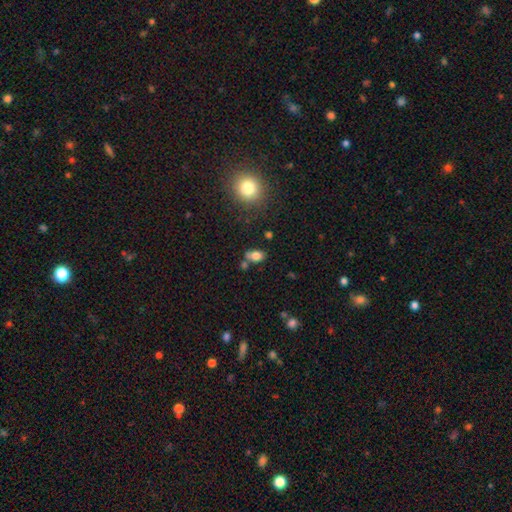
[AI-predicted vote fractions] A smooth galaxy with no disk features (79%) that is in between round and cigar-shaped (82%).

Vote fractions:
- Smooth or featured? smooth: 79% / star or artifact: 11% / featured or disk: 11%
- How rounded? in between: 82% / round: 16% / cigar-shaped: 3%
- Merging? none: 60% / merger: 20% / minor disturbance: 15% / major disturbance: 5%